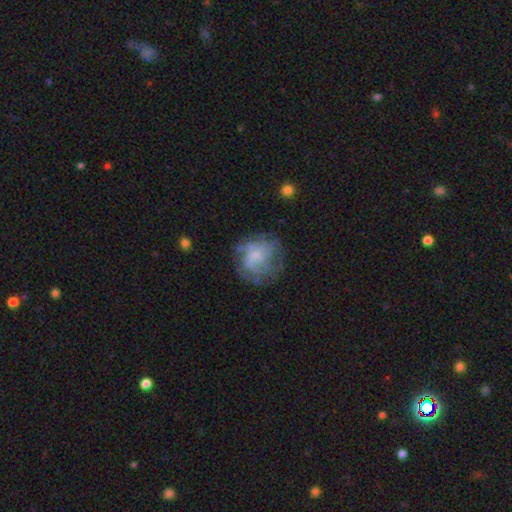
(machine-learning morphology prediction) The model was most divided on "spiral arms": yes: 60%, no: 40%. More confident: edge-on disk — no (98%); bar — no (75%); bulge size — small (59%); smooth or featured — featured or disk (58%); merging — none (56%).